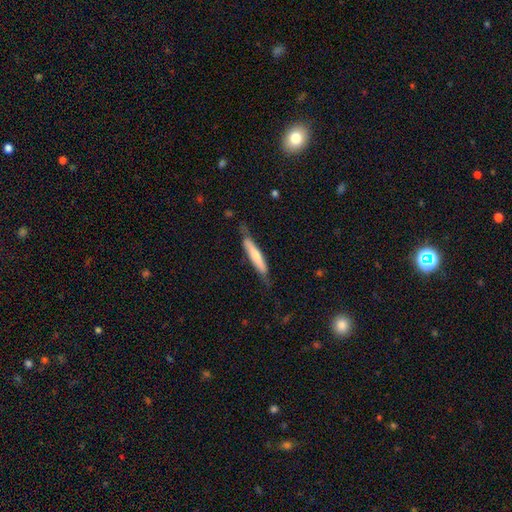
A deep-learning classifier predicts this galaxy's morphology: A smooth galaxy with no disk features (55%) that is cigar-shaped (89%). Merging: none (67%).